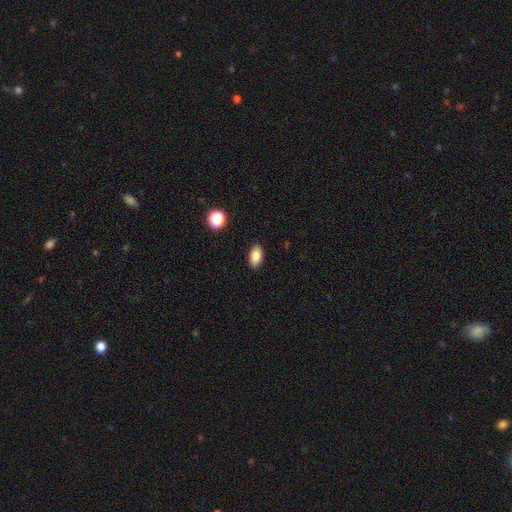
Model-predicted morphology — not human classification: Smooth or featured?
  - smooth: 84% *
  - star or artifact: 9%
  - featured or disk: 7%
How rounded?
  - in between: 91% *
  - round: 6%
  - cigar-shaped: 2%
Merging?
  - none: 89% *
  - minor disturbance: 8%
  - major disturbance: 2%
  - merger: 1%